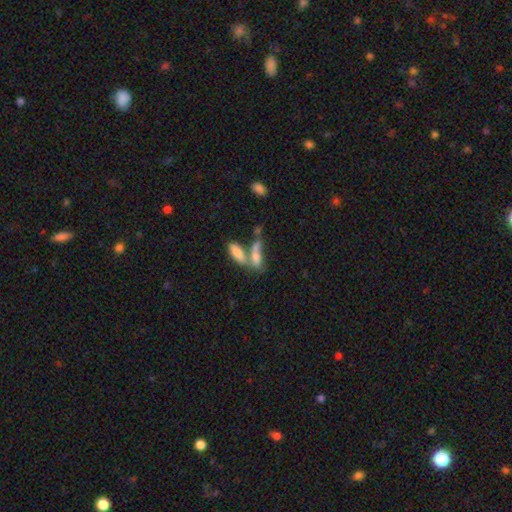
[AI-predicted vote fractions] The model was most divided on "how rounded": in between: 63%, cigar-shaped: 34%, round: 3%. More confident: smooth or featured — smooth (69%); merging — merger (58%).